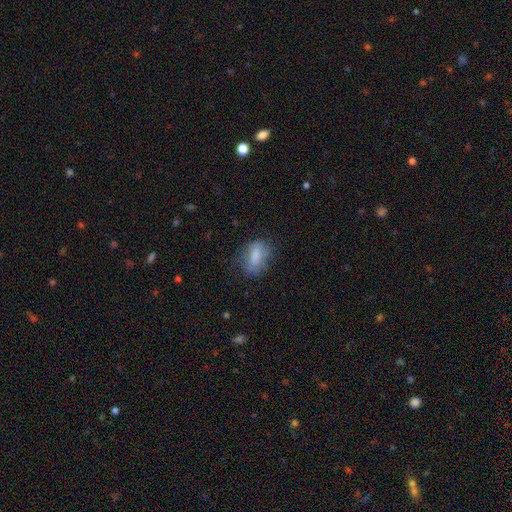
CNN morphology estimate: smooth_or_featured: smooth (p=0.75) [alt: featured or disk p=0.17]
how_rounded: in between (p=0.81) [alt: cigar-shaped p=0.11]
merging: none (p=0.65) [alt: minor disturbance p=0.24]